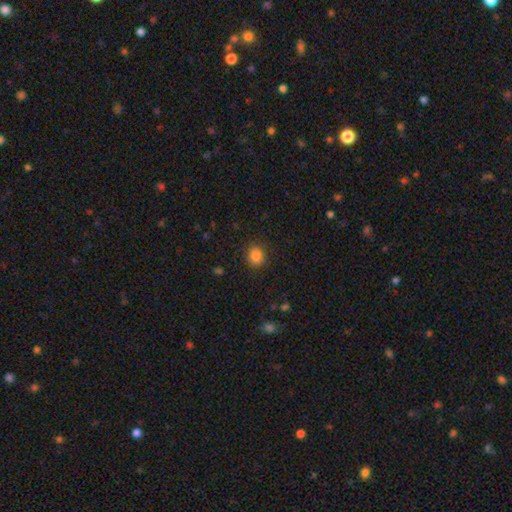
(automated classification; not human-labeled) This appears to be a smooth galaxy with no disk features (86%) that is round (71%). Merging: none (88%).